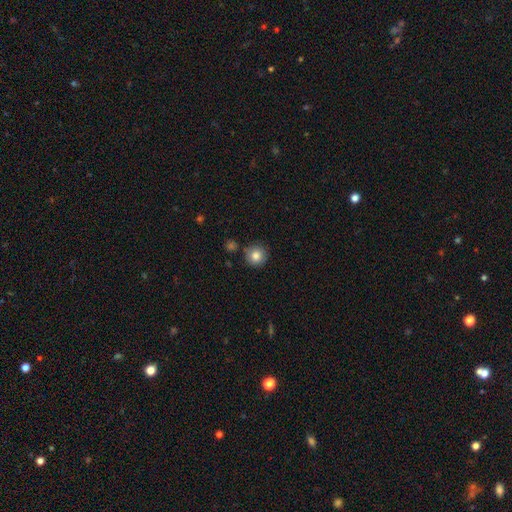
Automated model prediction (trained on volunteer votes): This is clearly a smooth galaxy (84%). How rounded: clearly round (94%). Merging: clearly none (84%).